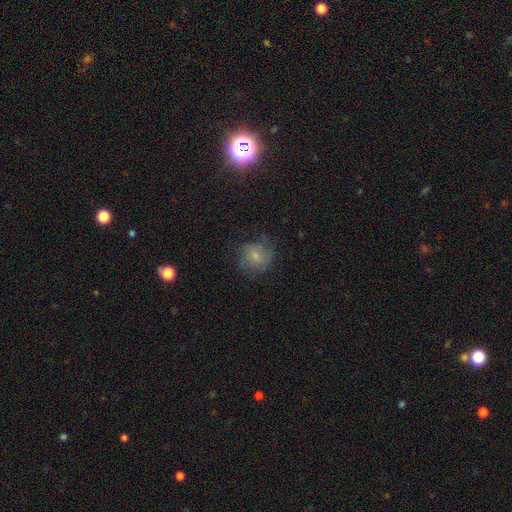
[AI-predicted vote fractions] Smooth or featured?
  - smooth: 66% *
  - featured or disk: 23%
  - star or artifact: 11%
How rounded?
  - round: 83% *
  - in between: 16%
  - cigar-shaped: 1%
Merging?
  - none: 65% *
  - minor disturbance: 22%
  - major disturbance: 12%
  - merger: 2%